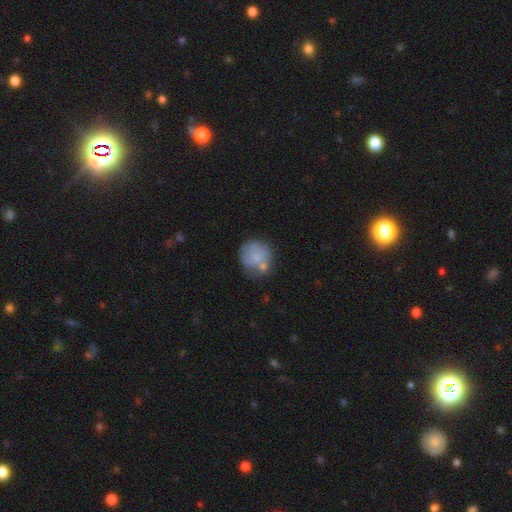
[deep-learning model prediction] A smooth galaxy with no disk features (60%) that is round (85%). Merging: none (53%).